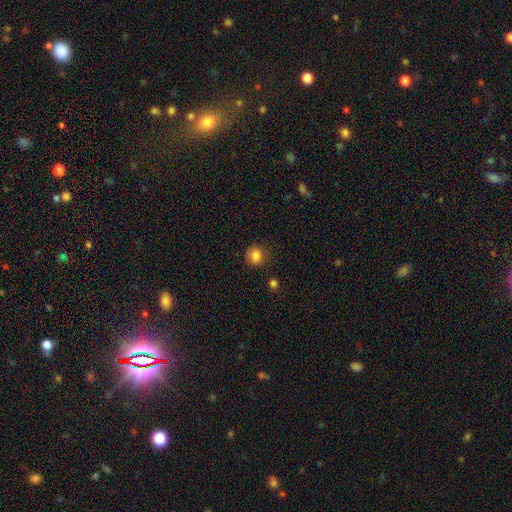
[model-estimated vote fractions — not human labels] smooth_or_featured: smooth (p=0.83) [alt: star or artifact p=0.11]
how_rounded: round (p=0.84) [alt: in between p=0.15]
merging: none (p=0.80) [alt: minor disturbance p=0.14]